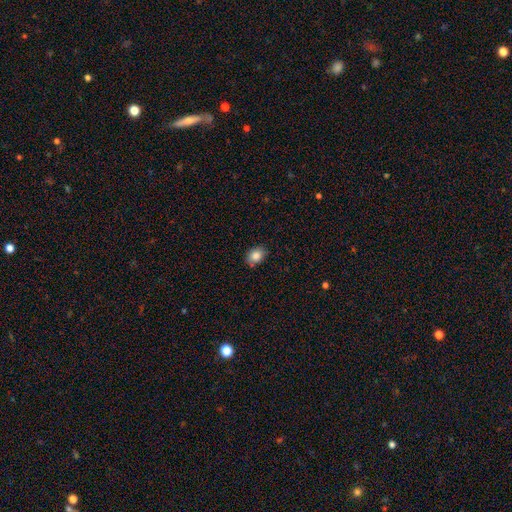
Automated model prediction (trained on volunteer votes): Smooth or featured? Predicted: smooth (p=0.85). How rounded? Predicted: in between (p=0.72). Merging? Predicted: none (p=0.82).